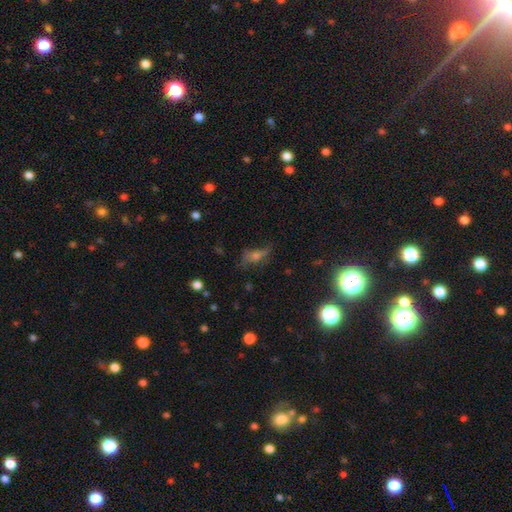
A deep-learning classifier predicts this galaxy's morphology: Smooth or featured? smooth (37%)
Merging? none (55%)